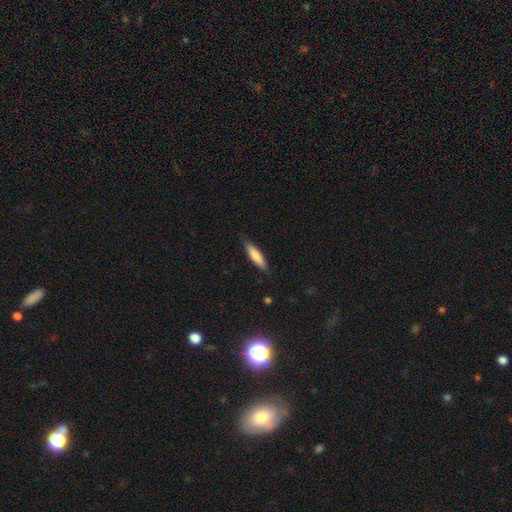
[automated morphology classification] Q: Smooth or featured?
A: smooth (79%); runner-up: featured or disk (15%)
Q: How rounded?
A: cigar-shaped (73%); runner-up: in between (26%)
Q: Merging?
A: none (83%); runner-up: minor disturbance (14%)